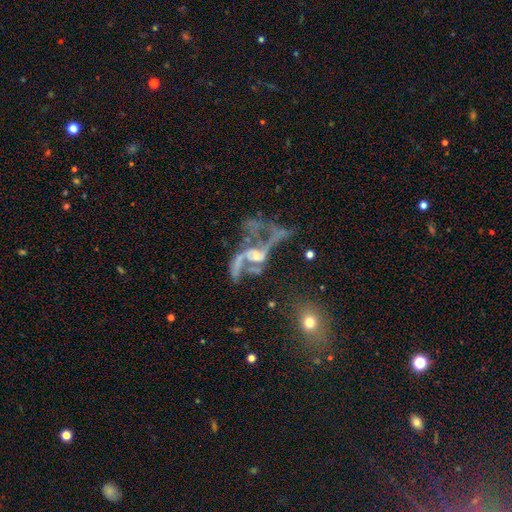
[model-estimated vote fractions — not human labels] A featured or disk galaxy (79%) with no bar (56%), 2 (74%) loose (78%) spiral arms (79%) and a small central bulge (45%).

Vote fractions:
- Smooth or featured? featured or disk: 79% / star or artifact: 13% / smooth: 8%
- Edge-on disk? no: 94% / yes: 6%
- Bar? no: 56% / weak: 31% / strong: 13%
- Spiral arms? yes: 79% / no: 21%
- Spiral winding? loose: 78% / medium: 17% / tight: 5%
- Spiral arm count? 2: 74% / can't tell: 10% / 1: 8% / 3: 4% / 4: 2% / more than 4: 2%
- Bulge size? small: 45% / moderate: 33% / none: 16% / large: 4% / dominant: 2%
- Merging? major disturbance: 42% / merger: 27% / none: 20% / minor disturbance: 11%